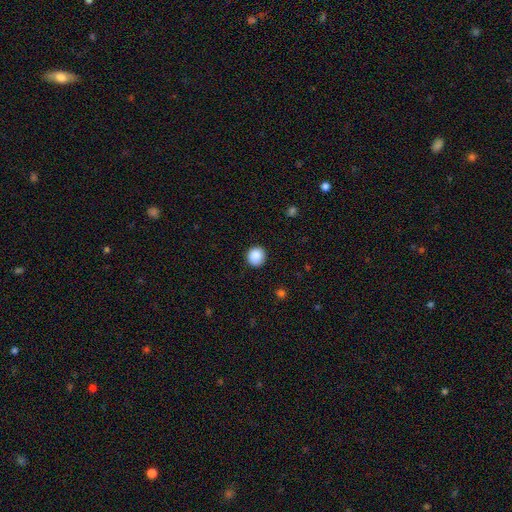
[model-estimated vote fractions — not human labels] The model was most divided on "smooth or featured": smooth: 88%, star or artifact: 9%, featured or disk: 3%. More confident: how rounded — round (91%); merging — none (91%).